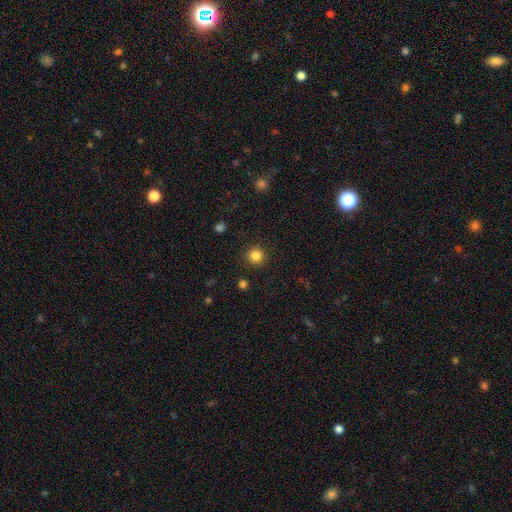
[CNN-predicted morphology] This appears to be a smooth galaxy with no disk features (84%) that is round (94%). Merging: none (91%).